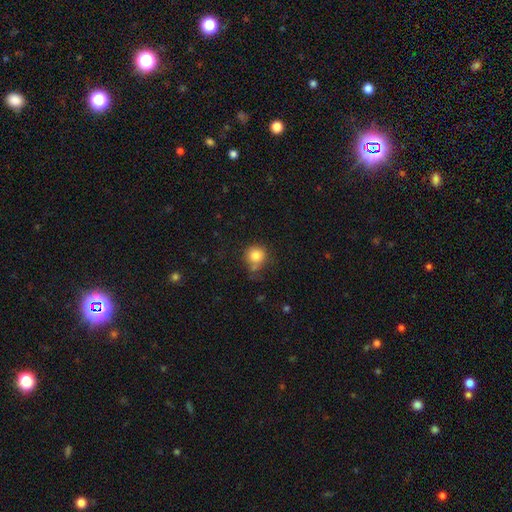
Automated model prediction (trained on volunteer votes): Smooth or featured: smooth — 82% (star or artifact — 10%)
How rounded: round — 90% (in between — 9%)
Merging: none — 64% (minor disturbance — 20%)